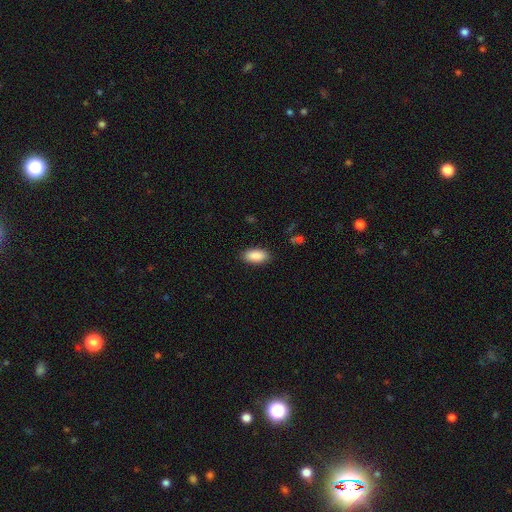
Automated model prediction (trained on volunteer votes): smooth_or_featured: smooth (p=0.90) [alt: star or artifact p=0.06]
how_rounded: in between (p=0.92) [alt: cigar-shaped p=0.05]
merging: none (p=0.88) [alt: minor disturbance p=0.09]